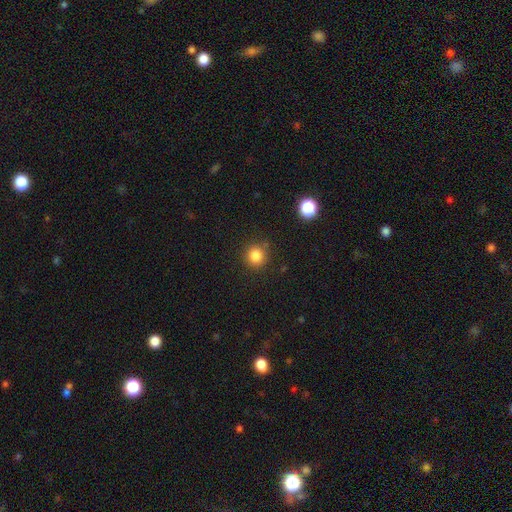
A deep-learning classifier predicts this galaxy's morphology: This is clearly a smooth galaxy (84%). How rounded: clearly round (90%). Merging: clearly none (85%).